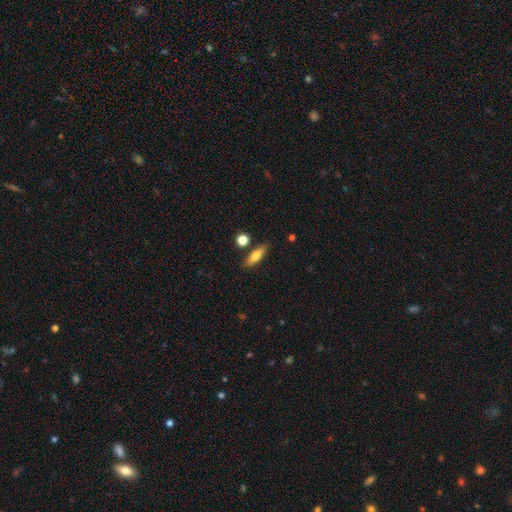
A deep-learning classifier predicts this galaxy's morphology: Smooth or featured?
  - smooth: 61% *
  - featured or disk: 32%
  - star or artifact: 8%
How rounded?
  - cigar-shaped: 57% *
  - in between: 39%
  - round: 4%
Merging?
  - none: 83% *
  - minor disturbance: 10%
  - merger: 5%
  - major disturbance: 2%